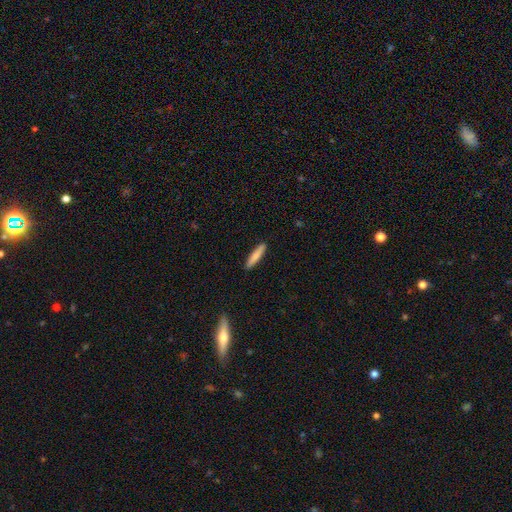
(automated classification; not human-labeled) smooth 79%, featured or disk 15%, star or artifact 6%. Down the decision tree: how rounded — cigar-shaped (87%); merging — none (90%).